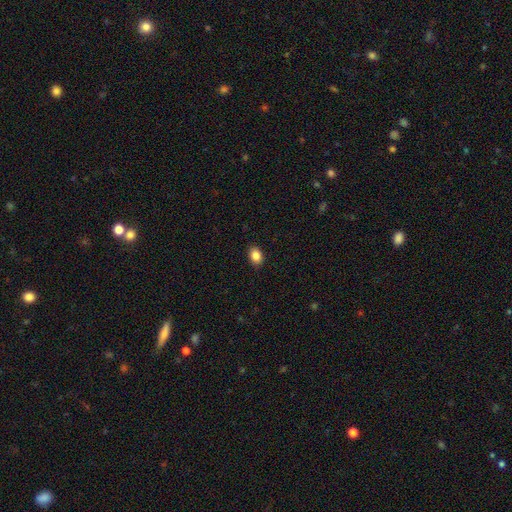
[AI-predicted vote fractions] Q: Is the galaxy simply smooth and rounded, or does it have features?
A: smooth — 86%.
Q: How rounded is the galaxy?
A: in between — 72%.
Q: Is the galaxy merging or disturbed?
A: none — 89%.